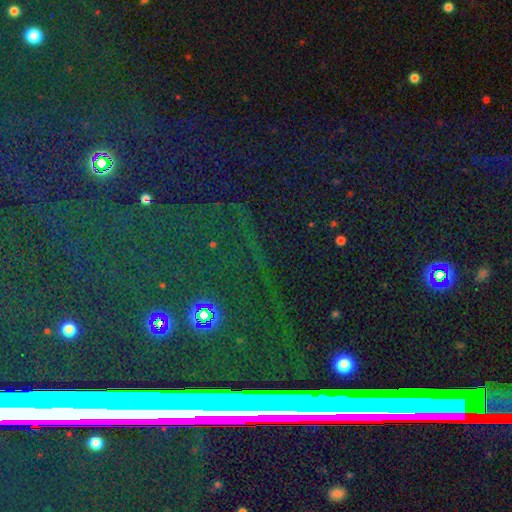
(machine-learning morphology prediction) Smooth or featured? Predicted: star or artifact (p=0.74).